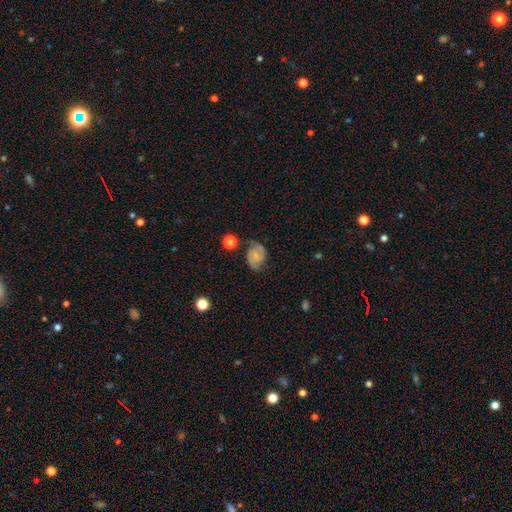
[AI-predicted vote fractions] Smooth or featured? Predicted: featured or disk (p=0.73). Edge-on disk? Predicted: no (p=0.98). Bar? Predicted: no (p=0.52). Spiral arms? Predicted: yes (p=0.95). Spiral winding? Predicted: medium (p=0.51). Spiral arm count? Predicted: 2 (p=0.90). Bulge size? Predicted: small (p=0.52). Merging? Predicted: none (p=0.73).